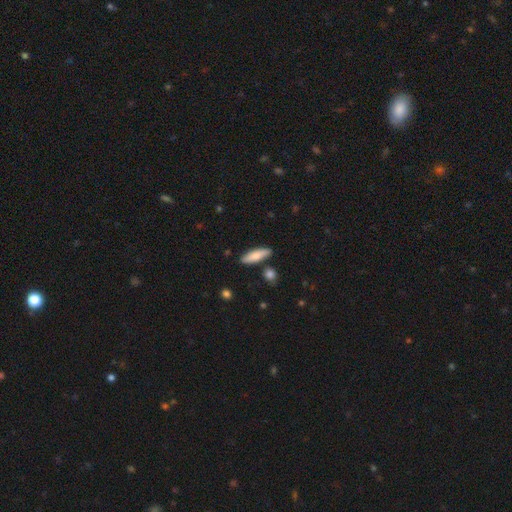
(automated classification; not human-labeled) Smooth or featured: smooth — 78% (featured or disk — 16%)
How rounded: cigar-shaped — 56% (in between — 42%)
Merging: none — 84% (minor disturbance — 10%)